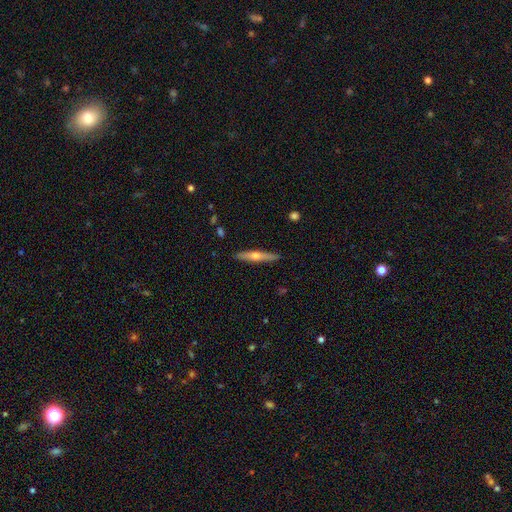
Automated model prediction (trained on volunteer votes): The model was most divided on "smooth or featured": featured or disk: 57%, smooth: 37%, star or artifact: 6%. More confident: edge-on disk — yes (95%); edge-on bulge — rounded (90%); merging — none (89%).